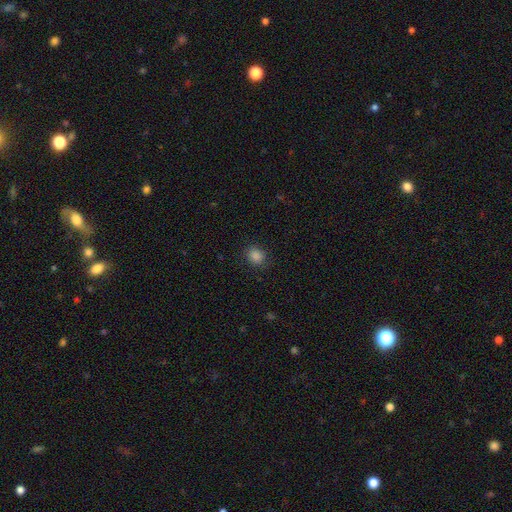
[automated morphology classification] This is clearly a smooth galaxy (84%). How rounded: likely round (61%). Merging: clearly none (85%).